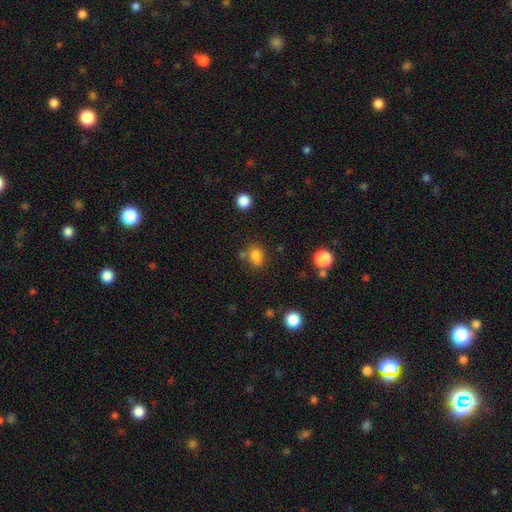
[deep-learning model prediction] A smooth galaxy with no disk features (80%) that is in between round and cigar-shaped (65%).

Vote fractions:
- Smooth or featured? smooth: 80% / star or artifact: 13% / featured or disk: 6%
- How rounded? in between: 65% / round: 34% / cigar-shaped: 1%
- Merging? none: 62% / minor disturbance: 16% / merger: 16% / major disturbance: 6%